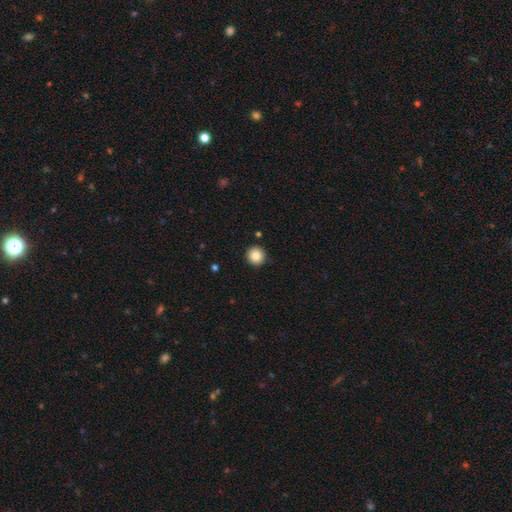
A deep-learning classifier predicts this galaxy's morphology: smooth-or-featured: smooth: 84% | star or artifact: 9% | featured or disk: 7%
  how-rounded: round: 95% | in between: 4% | cigar-shaped: 1%
  merging: none: 92% | minor disturbance: 5% | major disturbance: 2% | merger: 1%